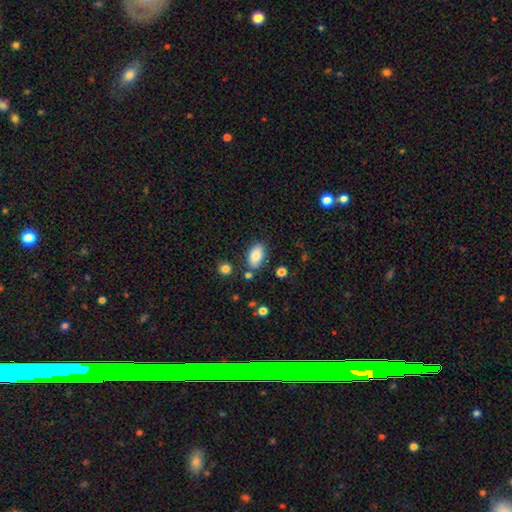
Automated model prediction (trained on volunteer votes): smooth_or_featured: smooth (p=0.84) [alt: featured or disk p=0.08]
how_rounded: in between (p=0.92) [alt: round p=0.06]
merging: none (p=0.80) [alt: minor disturbance p=0.12]